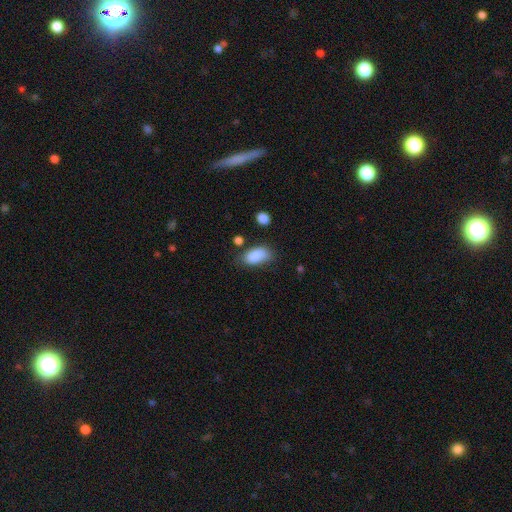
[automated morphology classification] Q: Smooth or featured?
A: smooth (87%); runner-up: star or artifact (7%)
Q: How rounded?
A: in between (92%); runner-up: round (4%)
Q: Merging?
A: none (63%); runner-up: minor disturbance (25%)